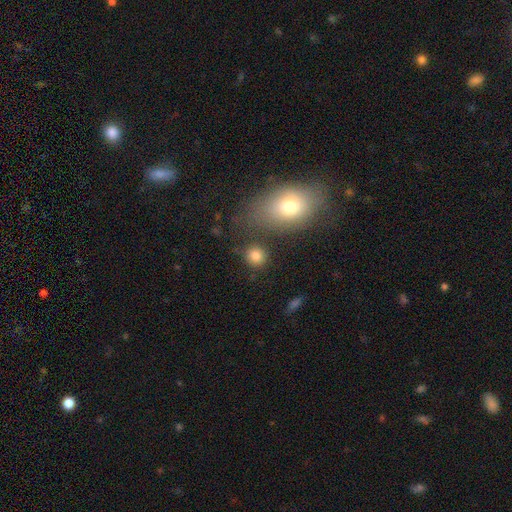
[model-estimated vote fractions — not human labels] The model was most divided on "smooth or featured": smooth: 82%, star or artifact: 11%, featured or disk: 6%. More confident: how rounded — round (86%); merging — none (80%).